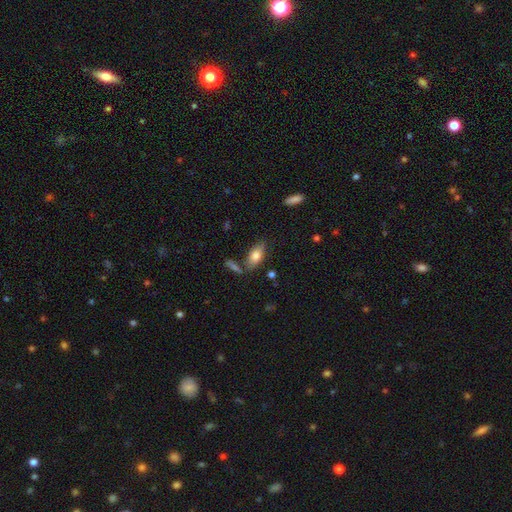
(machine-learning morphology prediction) Smooth or featured: smooth — 75% (featured or disk — 18%)
How rounded: in between — 86% (cigar-shaped — 11%)
Merging: none — 72% (minor disturbance — 16%)